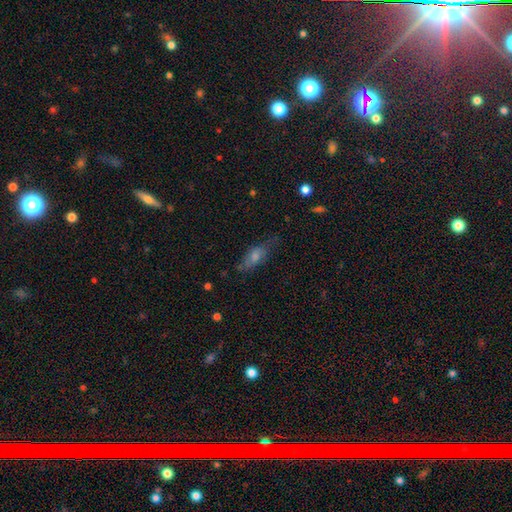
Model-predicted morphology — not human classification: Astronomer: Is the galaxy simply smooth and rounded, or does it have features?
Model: smooth — 49% (runner-up: featured or disk, 37%).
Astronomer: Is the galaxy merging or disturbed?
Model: none — 61%.